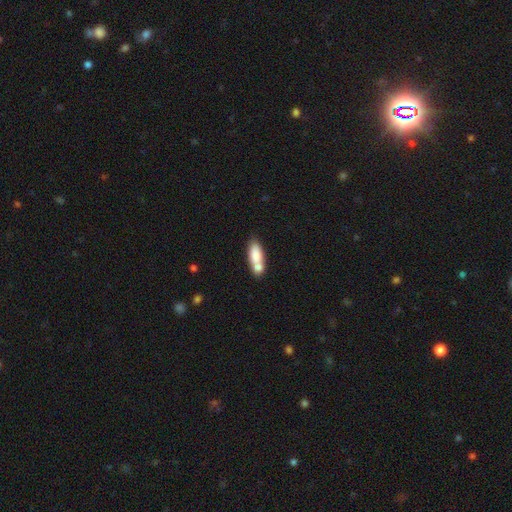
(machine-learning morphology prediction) Smooth or featured? Predicted: smooth (p=0.77). How rounded? Predicted: in between (p=0.70). Merging? Predicted: merger (p=0.43).